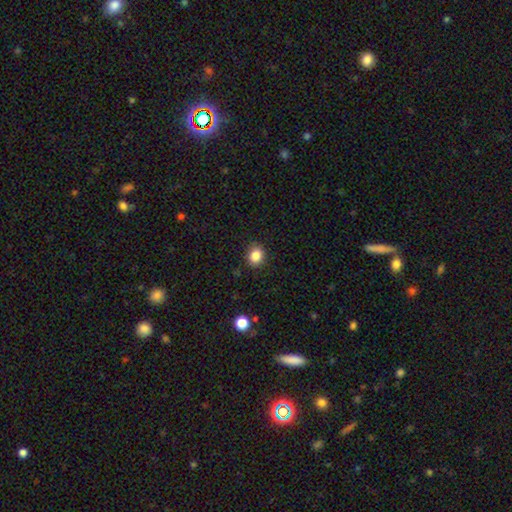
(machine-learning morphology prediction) This appears to be a smooth galaxy with no disk features (86%) that is round (65%). Merging: none (88%).